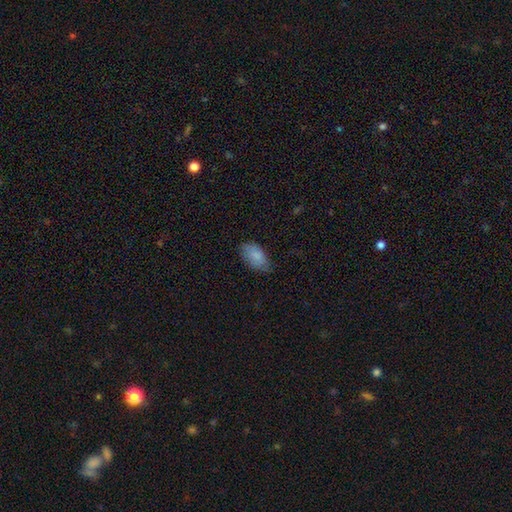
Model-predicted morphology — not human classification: smooth 84%, featured or disk 9%, star or artifact 7%. Down the decision tree: how rounded — in between (94%); merging — none (72%).